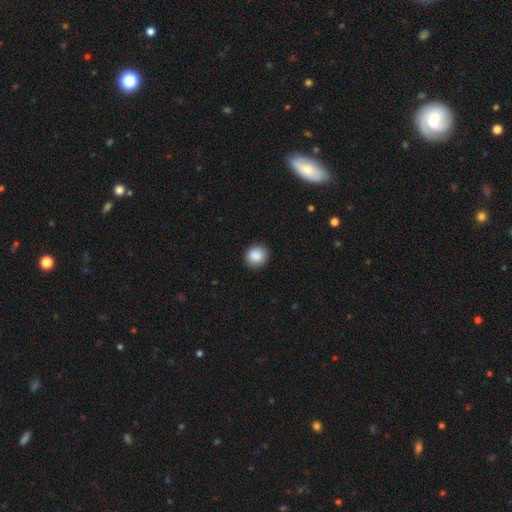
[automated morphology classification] Q: Smooth or featured?
A: smooth (89%); runner-up: star or artifact (8%)
Q: How rounded?
A: round (89%); runner-up: in between (10%)
Q: Merging?
A: none (91%); runner-up: minor disturbance (7%)